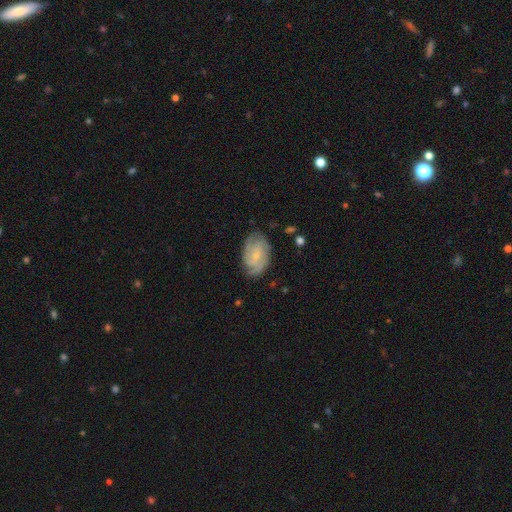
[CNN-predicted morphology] A featured or disk galaxy (75%) with no bar (60%), 2 (35%) tight (56%) spiral arms (94%) and a small central bulge (73%).

Vote fractions:
- Smooth or featured? featured or disk: 75% / smooth: 19% / star or artifact: 6%
- Edge-on disk? no: 97% / yes: 3%
- Bar? no: 60% / weak: 35% / strong: 6%
- Spiral arms? yes: 94% / no: 6%
- Spiral winding? tight: 56% / medium: 34% / loose: 10%
- Spiral arm count? 2: 35% / can't tell: 27% / 3: 23% / 4: 7% / 1: 5% / more than 4: 4%
- Bulge size? small: 73% / moderate: 19% / none: 6% / large: 1% / dominant: 1%
- Merging? none: 73% / minor disturbance: 20% / major disturbance: 6% / merger: 1%